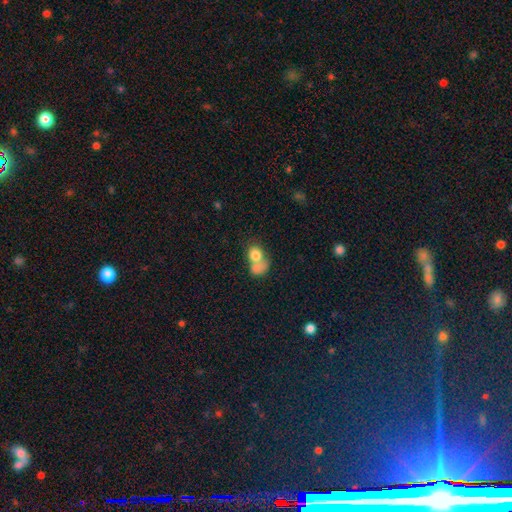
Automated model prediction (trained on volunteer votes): Smooth or featured? Predicted: smooth (p=0.76). How rounded? Predicted: round (p=0.51). Merging? Predicted: merger (p=0.64).